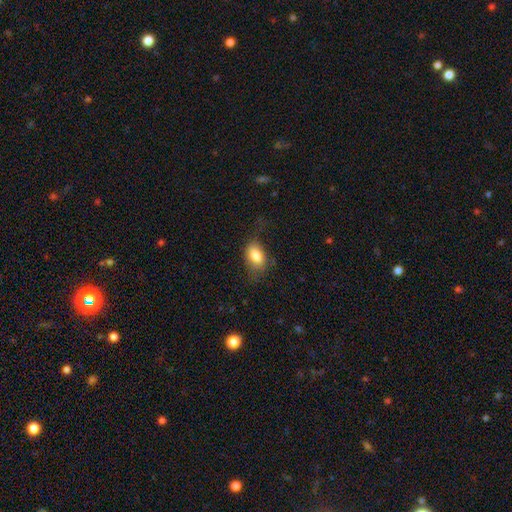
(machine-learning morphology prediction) The model was most divided on "merging": none: 58%, minor disturbance: 26%, major disturbance: 14%, merger: 2%. More confident: how rounded — in between (86%); smooth or featured — smooth (81%).